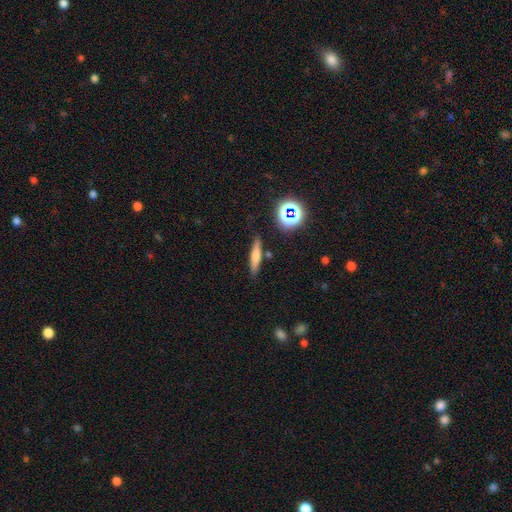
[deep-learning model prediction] Smooth or featured: smooth — 60% (featured or disk — 27%)
How rounded: cigar-shaped — 84% (in between — 12%)
Merging: none — 83% (minor disturbance — 10%)